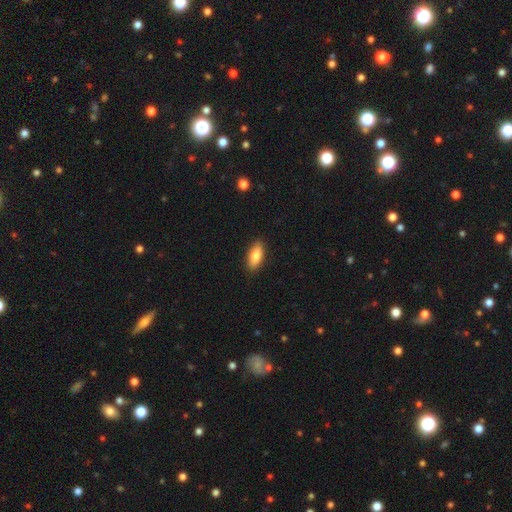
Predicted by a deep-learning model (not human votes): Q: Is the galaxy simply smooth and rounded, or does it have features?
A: smooth — 83%.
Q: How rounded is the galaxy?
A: in between — 84%.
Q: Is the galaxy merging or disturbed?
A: none — 89%.